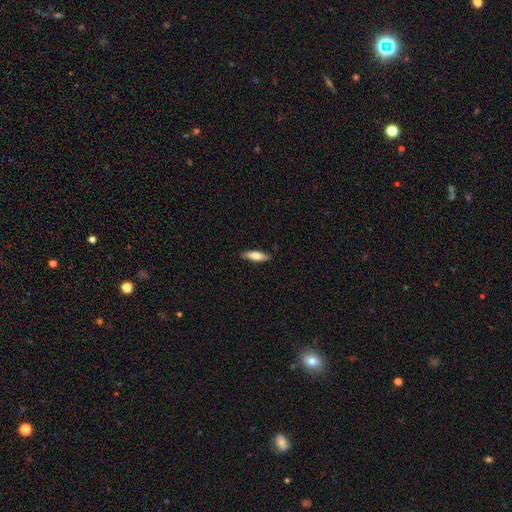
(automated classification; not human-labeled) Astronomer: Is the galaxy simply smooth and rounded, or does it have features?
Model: smooth — 71%.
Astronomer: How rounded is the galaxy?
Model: cigar-shaped — 54% (runner-up: in between, 44%).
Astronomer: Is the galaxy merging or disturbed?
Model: none — 86%.